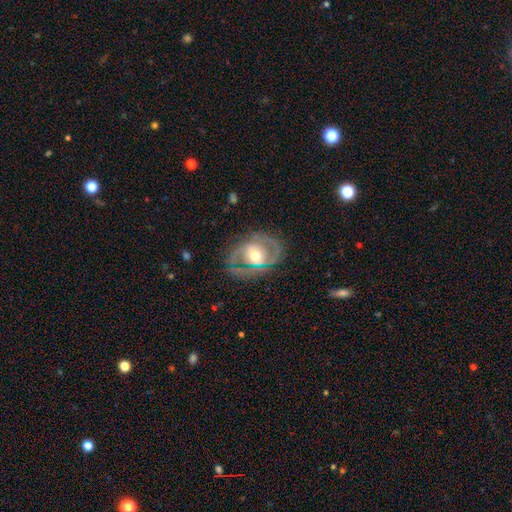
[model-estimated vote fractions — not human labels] Smooth or featured: featured or disk — 79% (smooth — 15%)
Edge-on disk: no — 96% (yes — 4%)
Bar: no — 66% (weak — 25%)
Spiral arms: yes — 81% (no — 19%)
Spiral winding: medium — 45% (tight — 36%)
Spiral arm count: 2 — 80% (can't tell — 9%)
Bulge size: moderate — 75% (large — 13%)
Merging: none — 73% (minor disturbance — 17%)